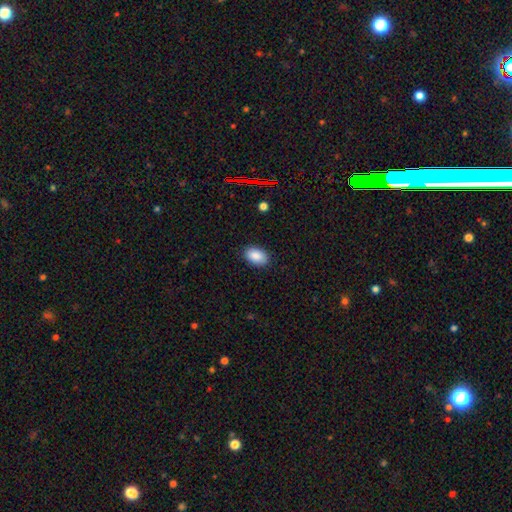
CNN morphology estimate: Overall: smooth (88%). How rounded: in between (90%). Merging: none (88%).